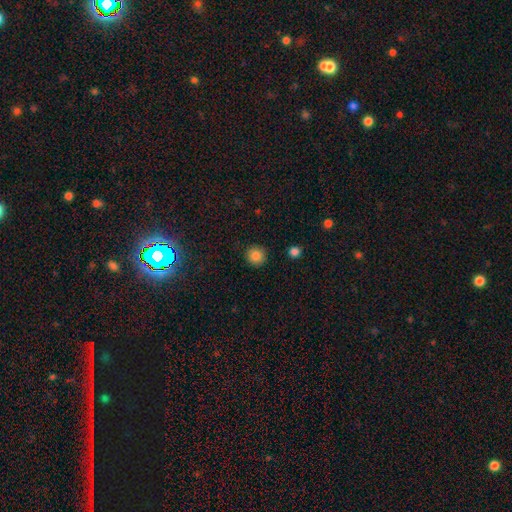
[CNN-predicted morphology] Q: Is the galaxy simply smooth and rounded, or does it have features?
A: smooth — 85%.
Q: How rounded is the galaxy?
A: round — 94%.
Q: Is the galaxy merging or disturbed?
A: none — 91%.